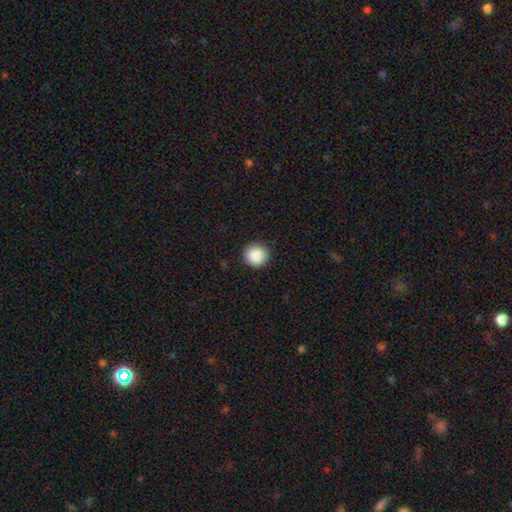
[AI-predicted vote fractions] Smooth or featured? Predicted: smooth (p=0.88). How rounded? Predicted: round (p=0.95). Merging? Predicted: none (p=0.92).